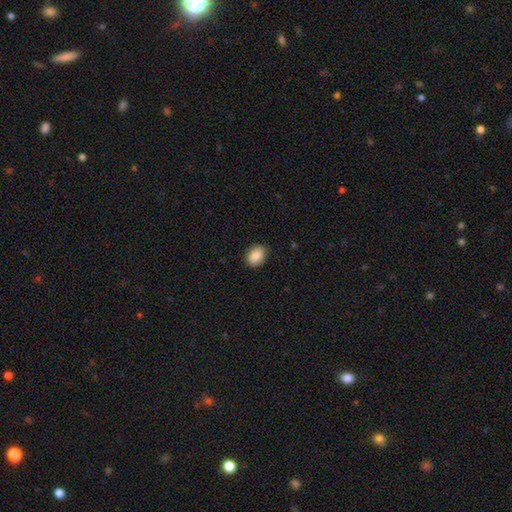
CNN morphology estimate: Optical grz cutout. It shows a smooth galaxy with no disk features (89%) that is in between round and cigar-shaped (75%). Merging: none (88%).